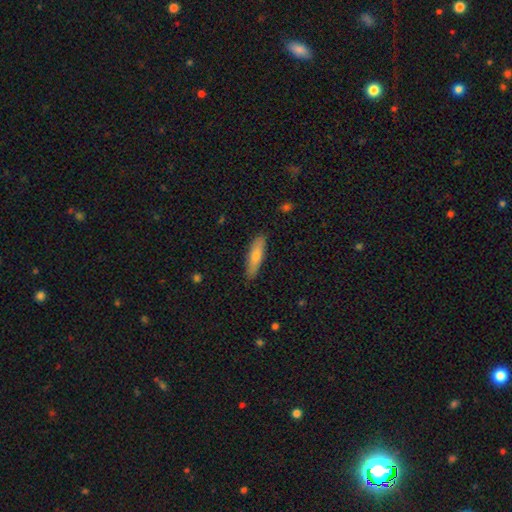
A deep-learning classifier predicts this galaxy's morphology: type=smooth (60%); roundness=cigar-shaped (76%); merging=none (89%).